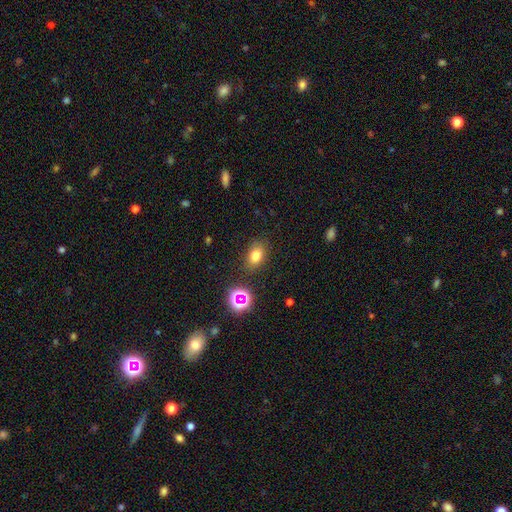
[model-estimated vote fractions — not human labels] Overall: smooth (74%). How rounded: in between (72%). Merging: none (83%).